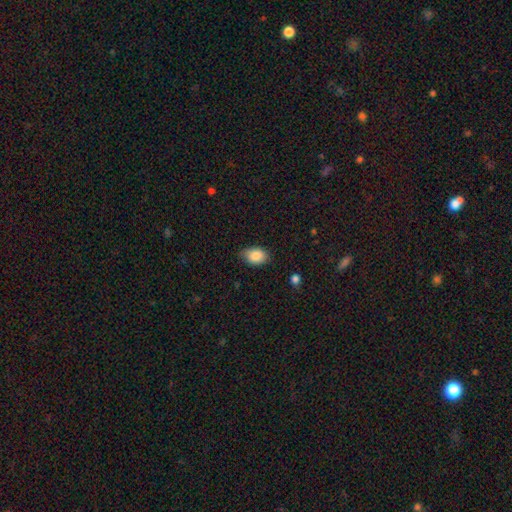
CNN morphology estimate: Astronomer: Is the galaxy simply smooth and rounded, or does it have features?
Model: smooth — 87%.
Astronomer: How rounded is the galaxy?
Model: in between — 83%.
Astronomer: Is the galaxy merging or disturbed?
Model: none — 74%.